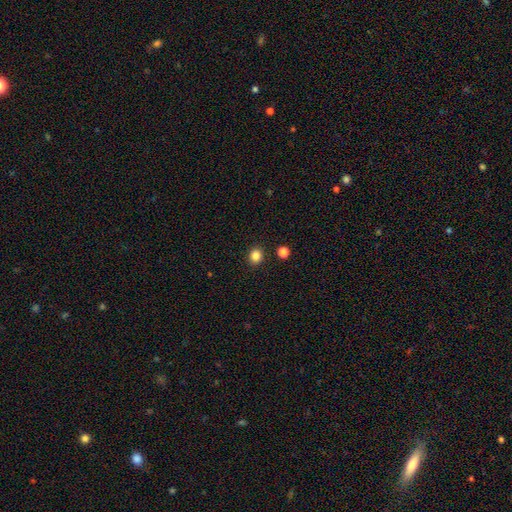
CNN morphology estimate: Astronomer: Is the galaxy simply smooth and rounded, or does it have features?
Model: smooth — 84%.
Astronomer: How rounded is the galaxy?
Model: round — 73%.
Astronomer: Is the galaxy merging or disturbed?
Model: none — 90%.